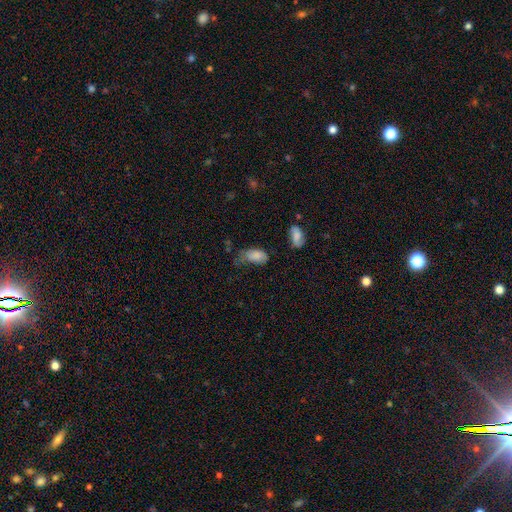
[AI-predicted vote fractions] Smooth or featured? Predicted: smooth (p=0.80). How rounded? Predicted: in between (p=0.92). Merging? Predicted: minor disturbance (p=0.39).